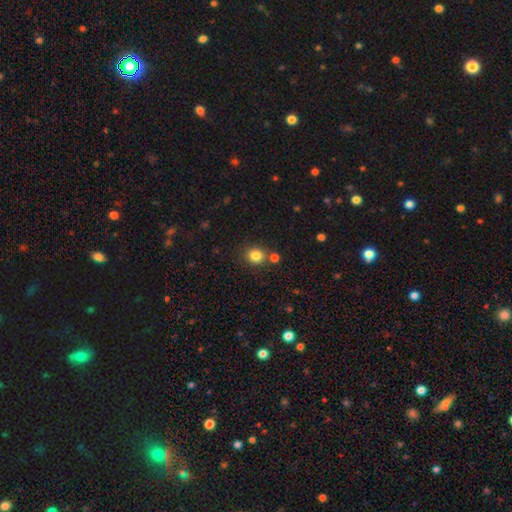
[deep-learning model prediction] smooth_or_featured: smooth (p=0.83) [alt: star or artifact p=0.12]
how_rounded: round (p=0.85) [alt: in between p=0.14]
merging: none (p=0.77) [alt: merger p=0.12]